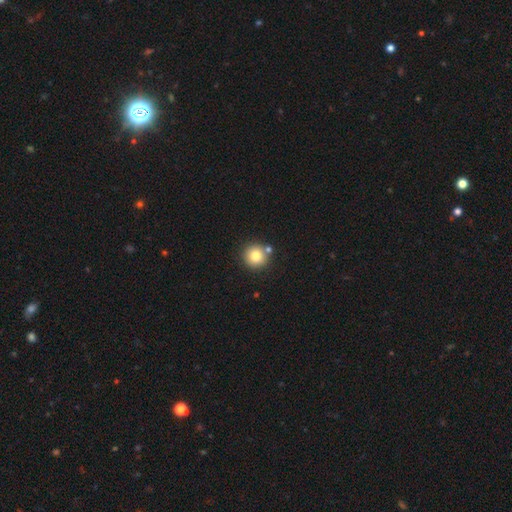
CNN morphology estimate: Smooth or featured? Predicted: smooth (p=0.79). How rounded? Predicted: round (p=0.94). Merging? Predicted: none (p=0.77).